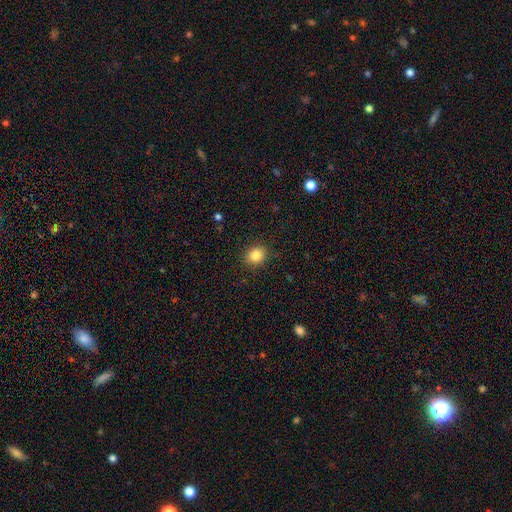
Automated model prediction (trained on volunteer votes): Morphology: type=smooth (83%); roundness=round (69%); merging=none (90%).